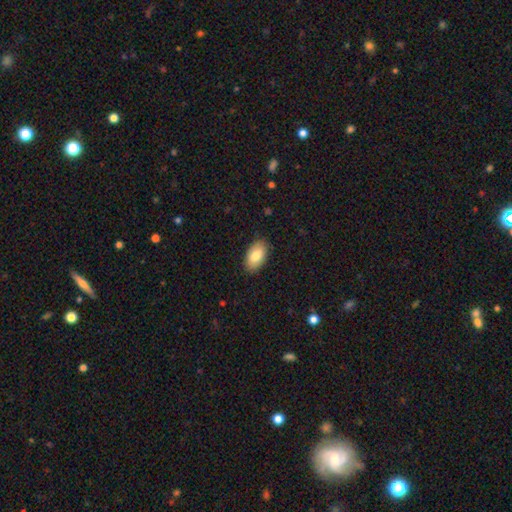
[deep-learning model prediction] smooth-or-featured: smooth: 82% | featured or disk: 12% | star or artifact: 6%
  how-rounded: in between: 94% | round: 4% | cigar-shaped: 2%
  merging: none: 87% | minor disturbance: 10% | major disturbance: 2% | merger: 1%